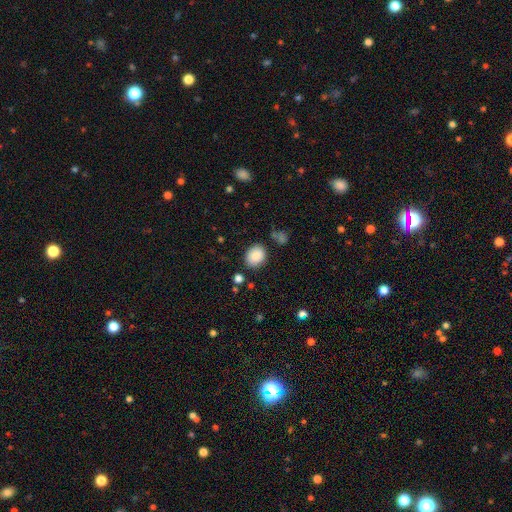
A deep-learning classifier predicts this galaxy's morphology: This appears to be a smooth galaxy with no disk features (88%) that is in between round and cigar-shaped (51%). Merging: none (81%).